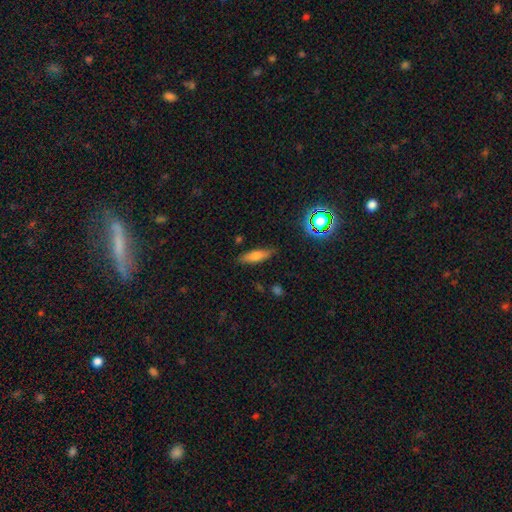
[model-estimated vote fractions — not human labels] Morphology: type=smooth (65%); roundness=cigar-shaped (54%); merging=none (84%).